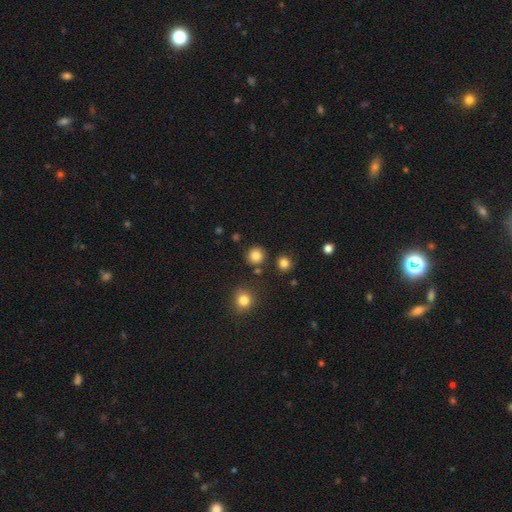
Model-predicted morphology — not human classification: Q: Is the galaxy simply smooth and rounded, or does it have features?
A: smooth — 84%.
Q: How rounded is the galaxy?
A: round — 93%.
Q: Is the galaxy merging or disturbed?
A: none — 87%.